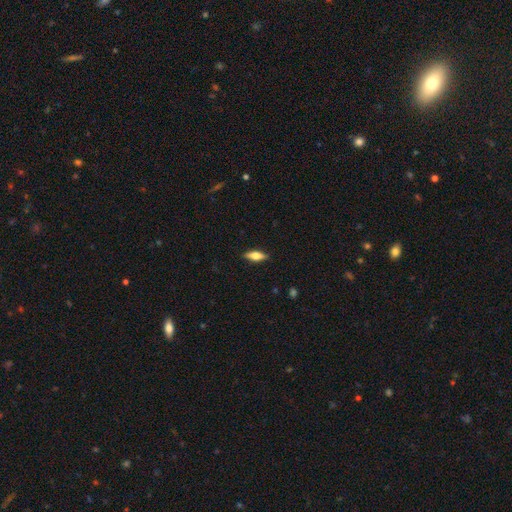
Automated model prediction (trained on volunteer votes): A smooth galaxy with no disk features (54%) that is in between round and cigar-shaped (63%).

Vote fractions:
- Smooth or featured? smooth: 54% / featured or disk: 39% / star or artifact: 7%
- How rounded? in between: 63% / cigar-shaped: 34% / round: 3%
- Merging? none: 88% / minor disturbance: 9% / major disturbance: 2% / merger: 1%